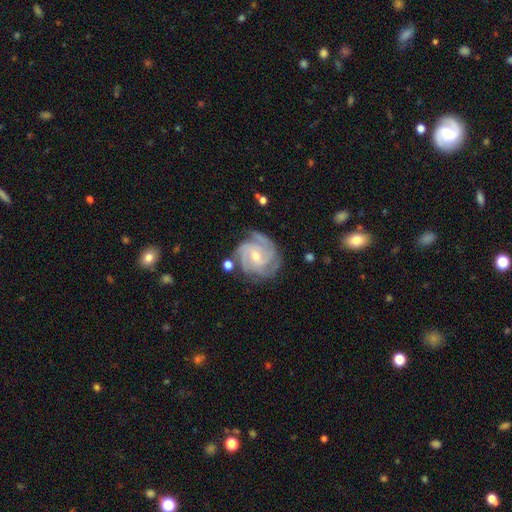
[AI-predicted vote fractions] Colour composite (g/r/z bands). It shows a featured or disk galaxy (90%) with no bar (51%), 3 (44%) tight (68%) spiral arms (98%) and a small central bulge (52%). Merging: none (76%).